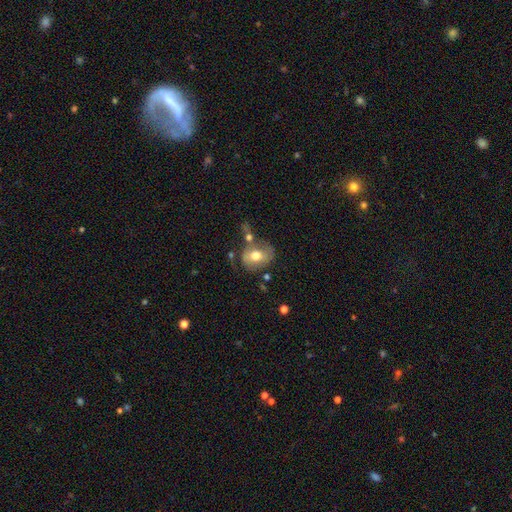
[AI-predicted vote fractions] smooth_or_featured: smooth (p=0.56) [alt: featured or disk p=0.36]
how_rounded: in between (p=0.50) [alt: round p=0.49]
merging: none (p=0.45) [alt: minor disturbance p=0.23]